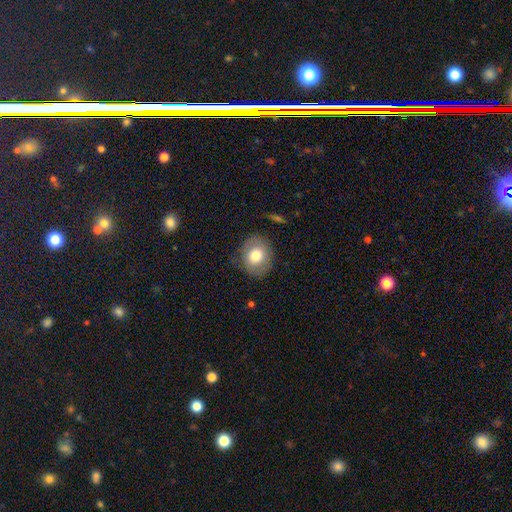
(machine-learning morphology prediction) Smooth or featured? smooth (71%)
How rounded? round (65%)
Merging? none (77%)